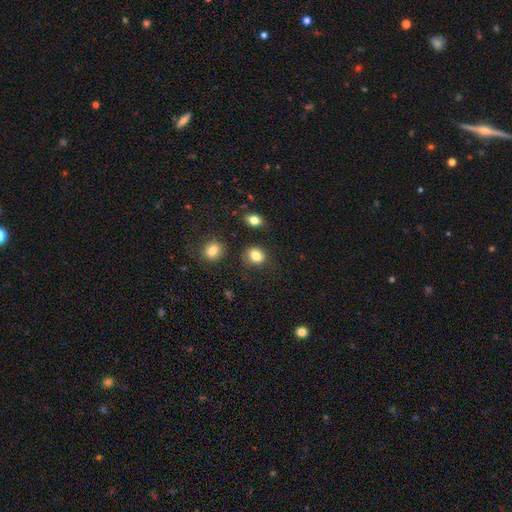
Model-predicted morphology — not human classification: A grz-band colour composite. It shows a smooth galaxy with no disk features (83%) that is round (60%). Merging: none (78%).